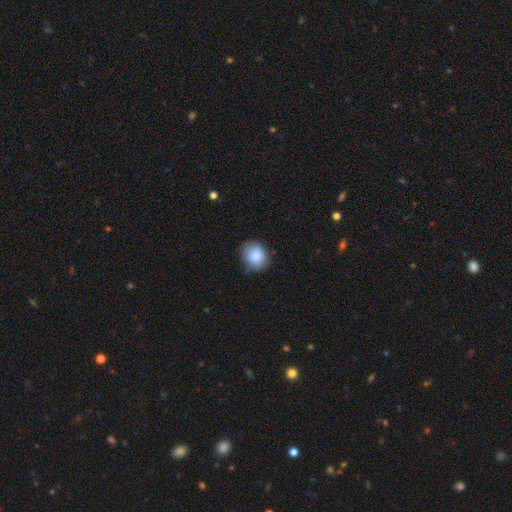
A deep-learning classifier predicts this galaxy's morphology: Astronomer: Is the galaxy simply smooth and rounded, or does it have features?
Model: smooth — 87%.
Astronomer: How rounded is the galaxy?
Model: round — 73%.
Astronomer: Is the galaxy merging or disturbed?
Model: none — 73%.